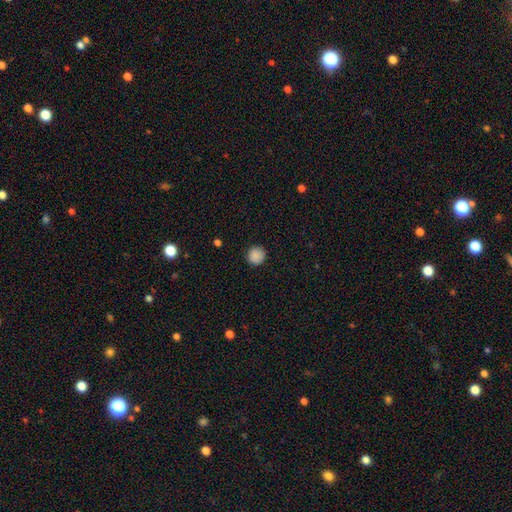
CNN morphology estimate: type=smooth (88%); roundness=round (94%); merging=none (91%).